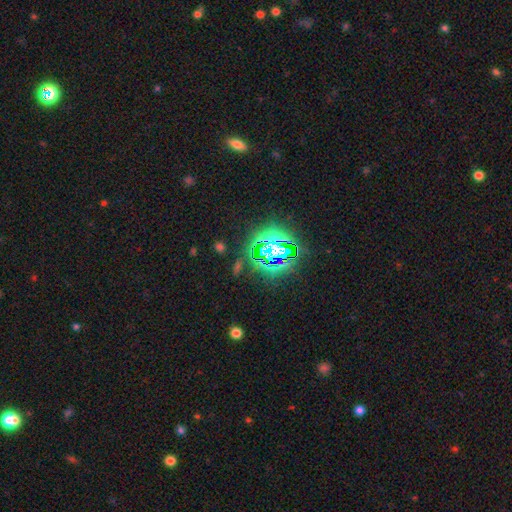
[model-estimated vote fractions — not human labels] The model was most divided on "smooth or featured": star or artifact: 82%, smooth: 11%, featured or disk: 7%.